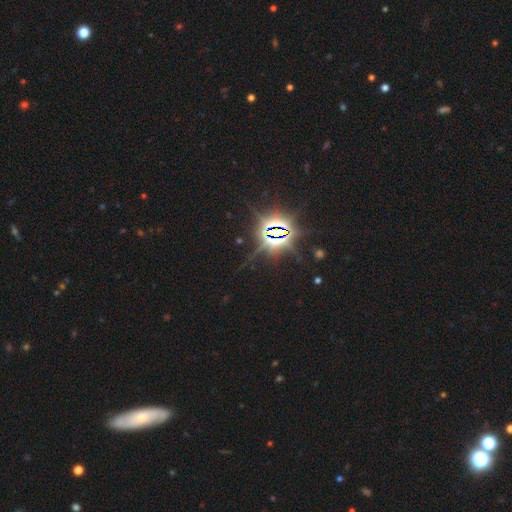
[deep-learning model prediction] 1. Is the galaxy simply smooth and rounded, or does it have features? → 86% star or artifact, 7% smooth, 7% featured or disk.